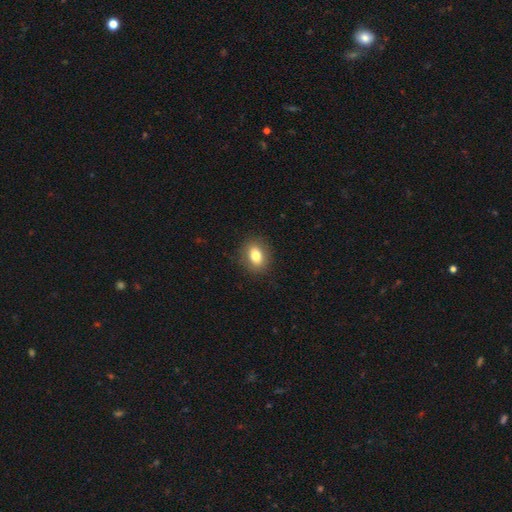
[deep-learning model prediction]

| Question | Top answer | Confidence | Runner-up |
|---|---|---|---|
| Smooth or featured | smooth | 79% | featured or disk (11%) |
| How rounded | in between | 61% | round (38%) |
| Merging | none | 87% | minor disturbance (9%) |